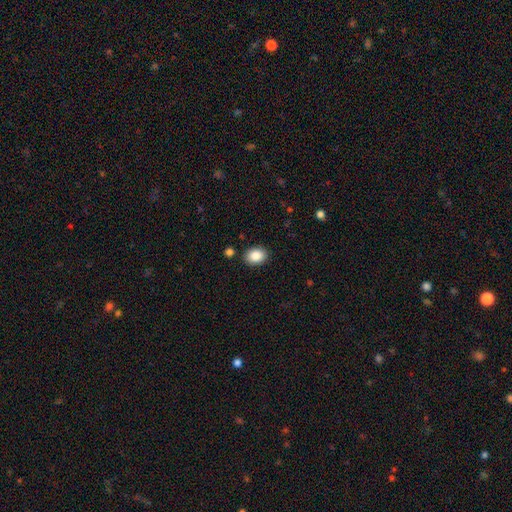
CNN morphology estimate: Q: Smooth or featured?
A: smooth (88%); runner-up: star or artifact (8%)
Q: How rounded?
A: in between (66%); runner-up: round (33%)
Q: Merging?
A: none (87%); runner-up: minor disturbance (8%)